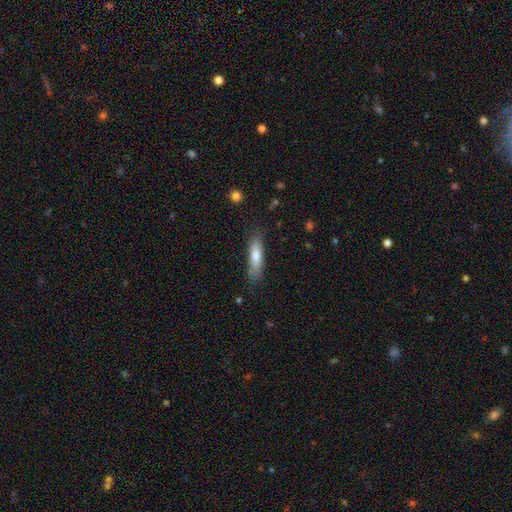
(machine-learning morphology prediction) The model was most divided on "how rounded": cigar-shaped: 72%, in between: 26%, round: 2%. More confident: merging — none (80%); smooth or featured — smooth (72%).